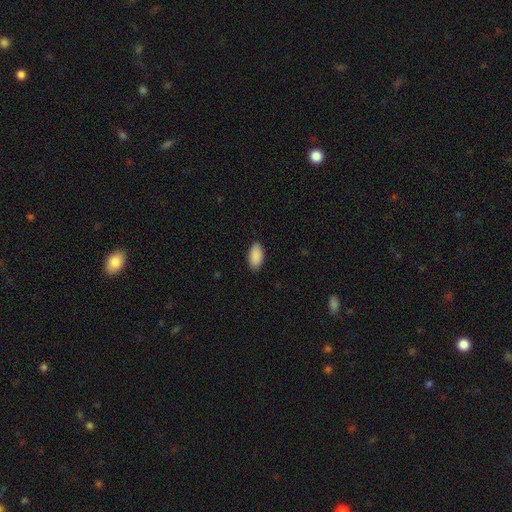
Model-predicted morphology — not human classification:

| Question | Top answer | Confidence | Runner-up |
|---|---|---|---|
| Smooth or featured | smooth | 91% | star or artifact (6%) |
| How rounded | in between | 95% | cigar-shaped (3%) |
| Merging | none | 88% | minor disturbance (9%) |